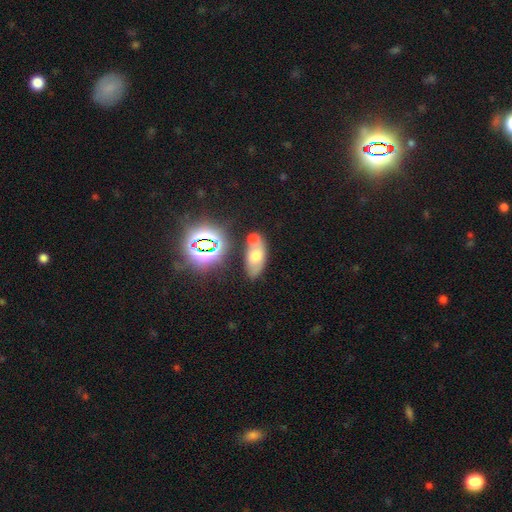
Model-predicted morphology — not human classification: smooth 54%, featured or disk 27%, star or artifact 19%. Down the decision tree: how rounded — in between (85%); merging — none (48%).